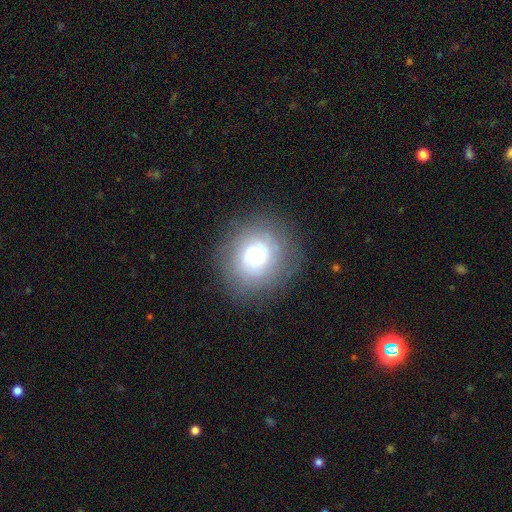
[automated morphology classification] type=featured or disk (65%); edge-on=no (97%); bar=no (47%); spiral arms=yes (81%); winding=tight (57%); arm count=can't tell (40%); bulge=moderate (47%); merging=none (79%).